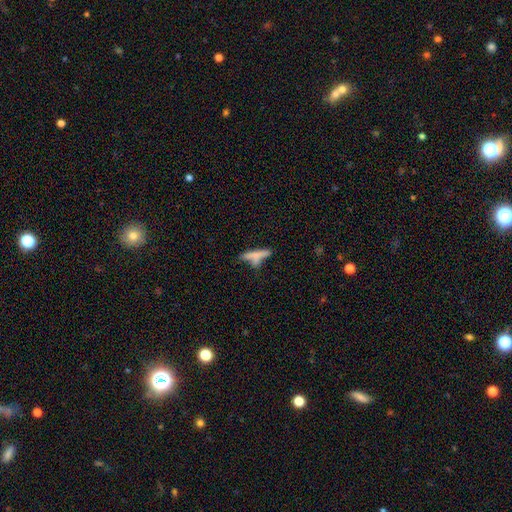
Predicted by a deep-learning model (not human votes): smooth-or-featured: smooth: 63% | featured or disk: 28% | star or artifact: 9%
  how-rounded: cigar-shaped: 84% | in between: 13% | round: 3%
  merging: none: 48% | merger: 28% | minor disturbance: 16% | major disturbance: 9%